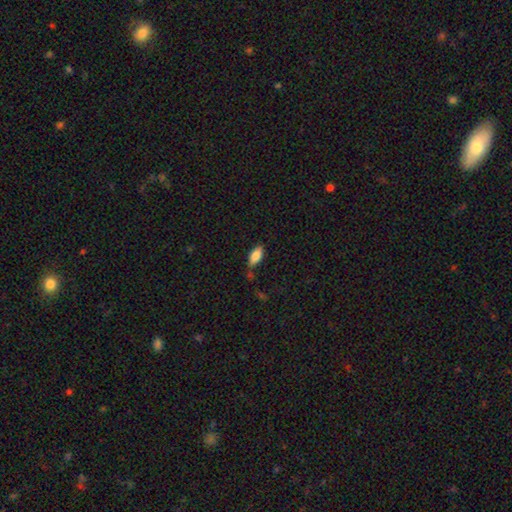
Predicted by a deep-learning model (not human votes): Smooth or featured? smooth (84%)
How rounded? in between (86%)
Merging? none (71%)